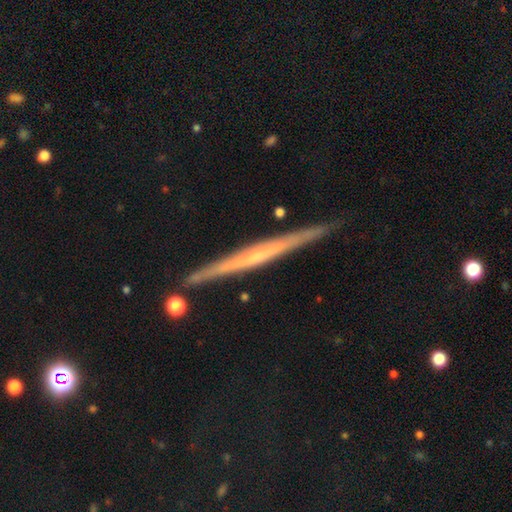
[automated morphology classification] smooth_or_featured: featured or disk (p=0.74) [alt: smooth p=0.19]
disk_edge_on: yes (p=0.97) [alt: no p=0.03]
edge_on_bulge: none (p=0.60) [alt: rounded p=0.33]
merging: none (p=0.87) [alt: minor disturbance p=0.09]